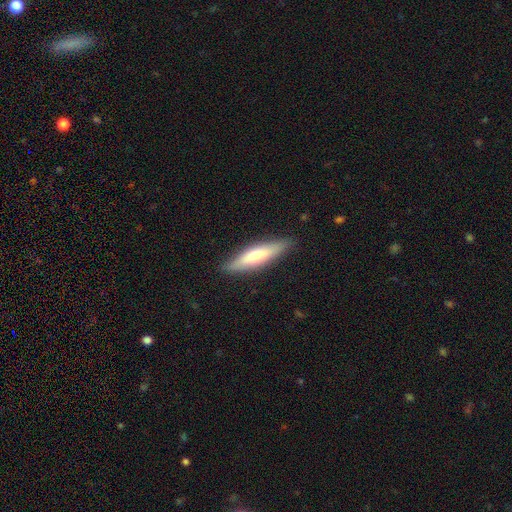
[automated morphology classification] smooth-or-featured: smooth: 64% | featured or disk: 31% | star or artifact: 6%
  how-rounded: cigar-shaped: 76% | in between: 23% | round: 1%
  merging: none: 87% | minor disturbance: 10% | major disturbance: 2% | merger: 1%